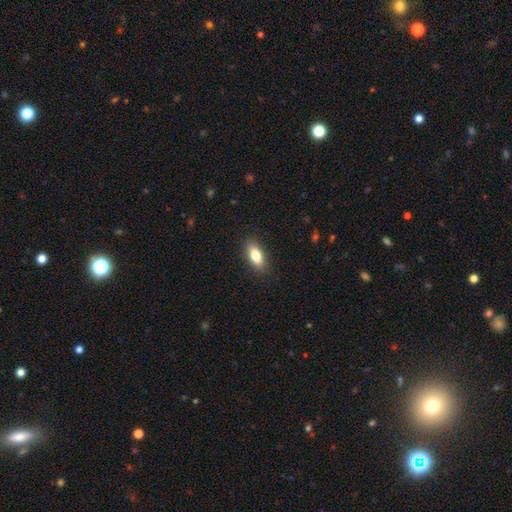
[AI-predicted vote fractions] A smooth galaxy with no disk features (79%) that is in between round and cigar-shaped (82%).

Vote fractions:
- Smooth or featured? smooth: 79% / featured or disk: 14% / star or artifact: 7%
- How rounded? in between: 82% / cigar-shaped: 14% / round: 4%
- Merging? none: 88% / minor disturbance: 9% / major disturbance: 2% / merger: 1%